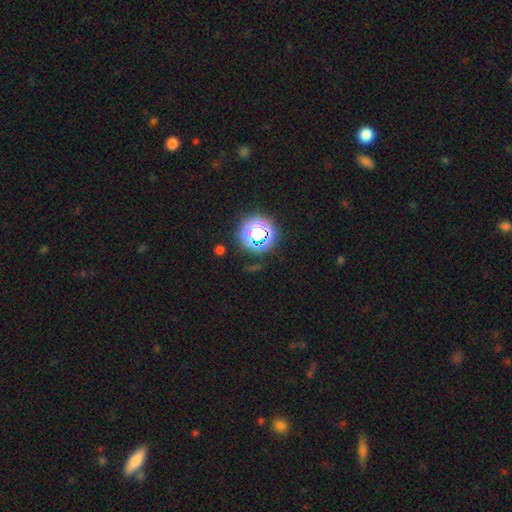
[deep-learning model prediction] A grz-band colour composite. It shows a star or artifact, not a galaxy (73%).